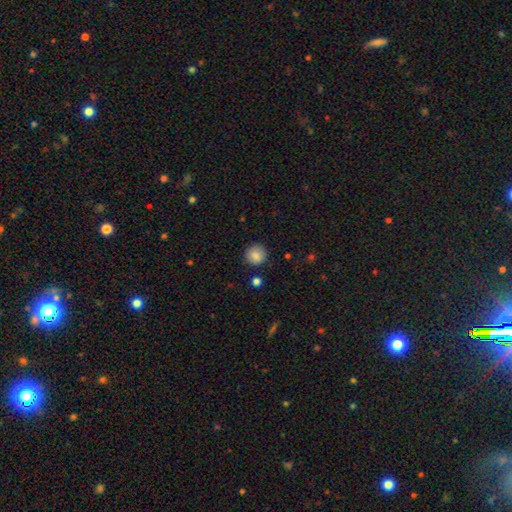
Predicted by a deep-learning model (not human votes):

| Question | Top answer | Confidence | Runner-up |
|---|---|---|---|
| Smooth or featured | smooth | 85% | star or artifact (8%) |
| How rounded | round | 92% | in between (7%) |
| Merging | none | 87% | minor disturbance (9%) |